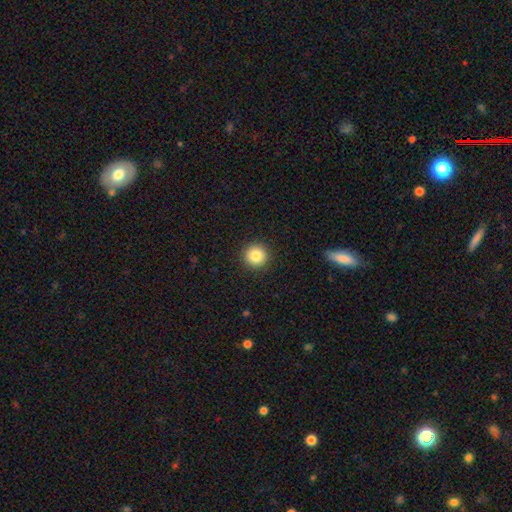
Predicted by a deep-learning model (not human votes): A smooth galaxy with no disk features (84%) that is round (95%). Merging: none (92%).